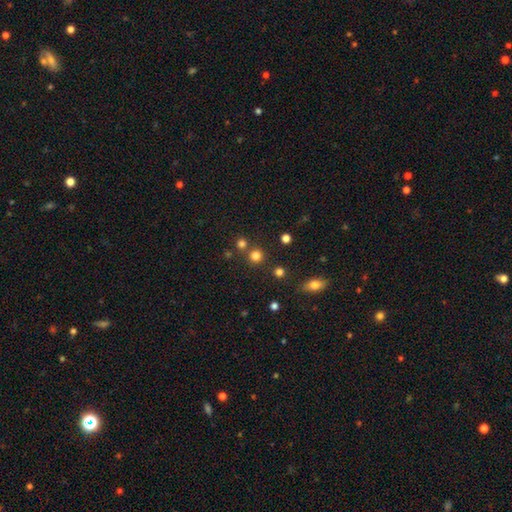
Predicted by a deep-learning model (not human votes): A smooth galaxy with no disk features (77%) that is round (93%).

Vote fractions:
- Smooth or featured? smooth: 77% / star or artifact: 17% / featured or disk: 6%
- How rounded? round: 93% / in between: 6% / cigar-shaped: 1%
- Merging? none: 78% / merger: 13% / minor disturbance: 6% / major disturbance: 3%